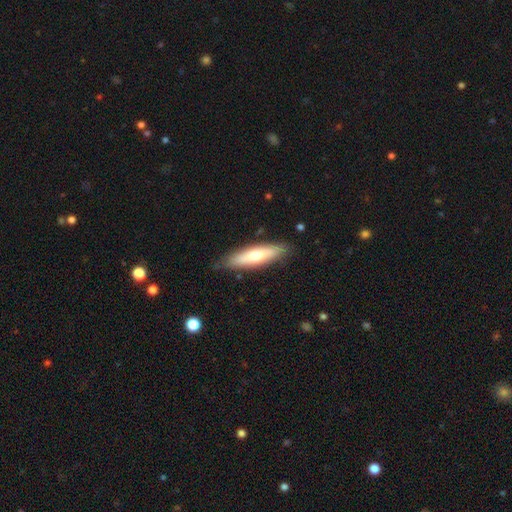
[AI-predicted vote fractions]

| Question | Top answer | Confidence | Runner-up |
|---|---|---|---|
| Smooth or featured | smooth | 57% | featured or disk (37%) |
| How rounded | cigar-shaped | 67% | in between (31%) |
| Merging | none | 84% | minor disturbance (12%) |